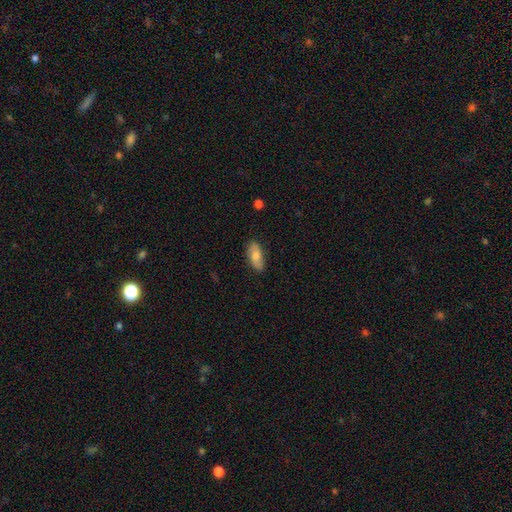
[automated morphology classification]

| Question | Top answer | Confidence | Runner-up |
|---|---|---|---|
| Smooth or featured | smooth | 73% | featured or disk (20%) |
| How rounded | in between | 86% | cigar-shaped (12%) |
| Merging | none | 82% | minor disturbance (14%) |